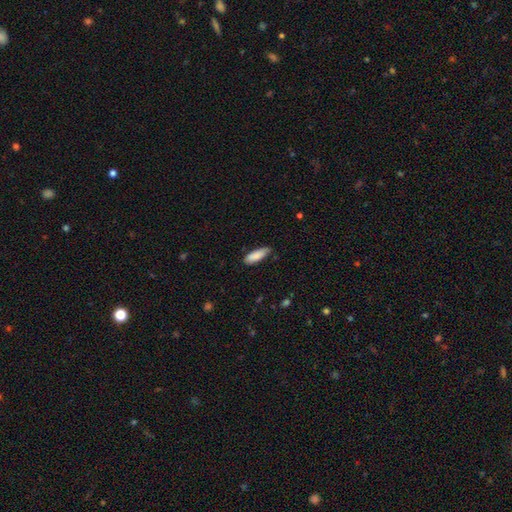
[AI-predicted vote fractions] This appears to be a smooth galaxy with no disk features (87%) that is in between round and cigar-shaped (60%). Merging: none (76%).